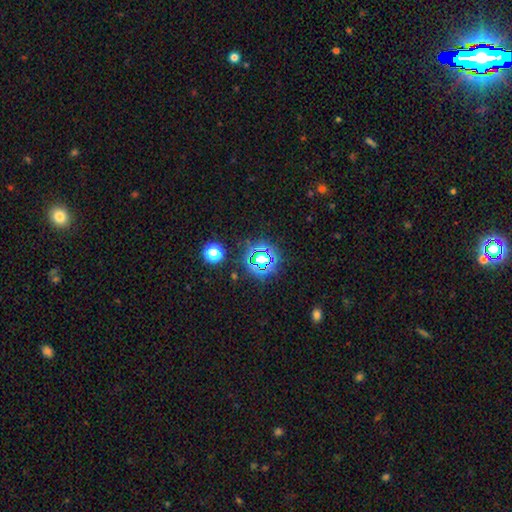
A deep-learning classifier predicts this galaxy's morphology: Smooth or featured?
  - star or artifact: 69% *
  - smooth: 22%
  - featured or disk: 9%